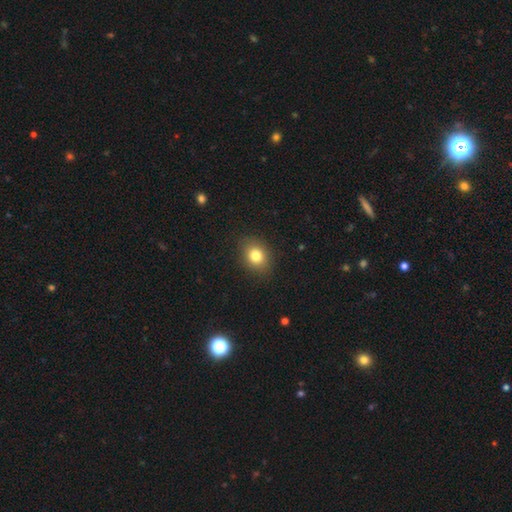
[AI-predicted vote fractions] Q: Smooth or featured?
A: smooth (80%); runner-up: star or artifact (11%)
Q: How rounded?
A: in between (53%); runner-up: round (46%)
Q: Merging?
A: none (86%); runner-up: minor disturbance (10%)